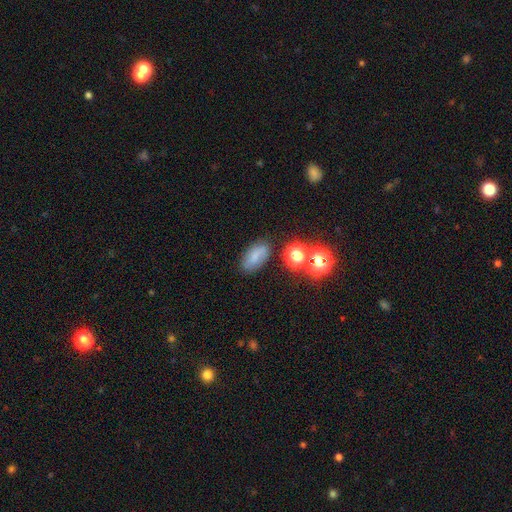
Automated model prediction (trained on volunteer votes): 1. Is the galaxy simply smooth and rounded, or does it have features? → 65% smooth, 19% featured or disk, 16% star or artifact.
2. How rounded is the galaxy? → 84% in between, 11% round, 5% cigar-shaped.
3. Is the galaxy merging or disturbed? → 73% none, 17% minor disturbance, 5% major disturbance, 5% merger.